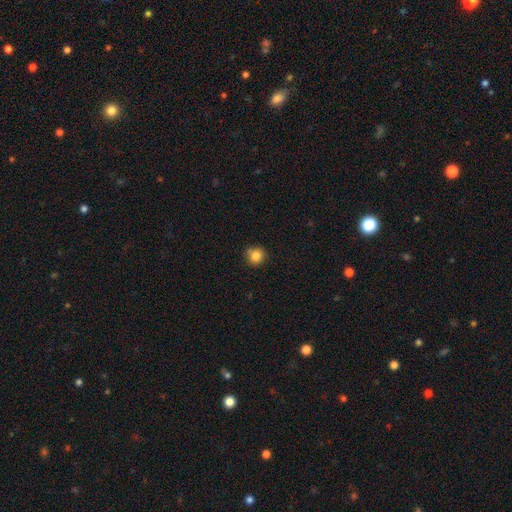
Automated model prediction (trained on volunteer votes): Smooth or featured? Predicted: smooth (p=0.84). How rounded? Predicted: round (p=0.92). Merging? Predicted: none (p=0.81).